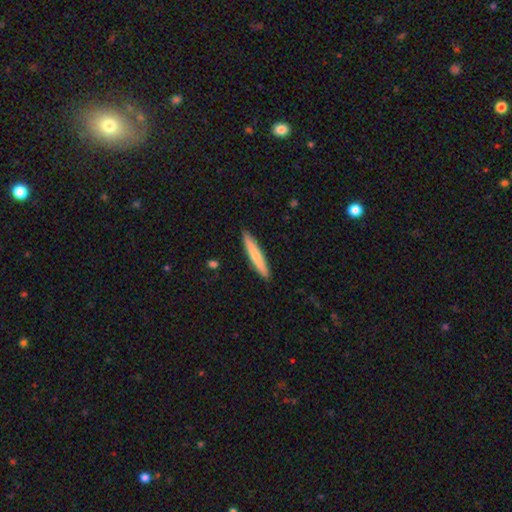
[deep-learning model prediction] A smooth galaxy with no disk features (70%) that is cigar-shaped (93%).

Vote fractions:
- Smooth or featured? smooth: 70% / featured or disk: 25% / star or artifact: 5%
- How rounded? cigar-shaped: 93% / in between: 5% / round: 1%
- Merging? none: 91% / minor disturbance: 6% / major disturbance: 1% / merger: 1%